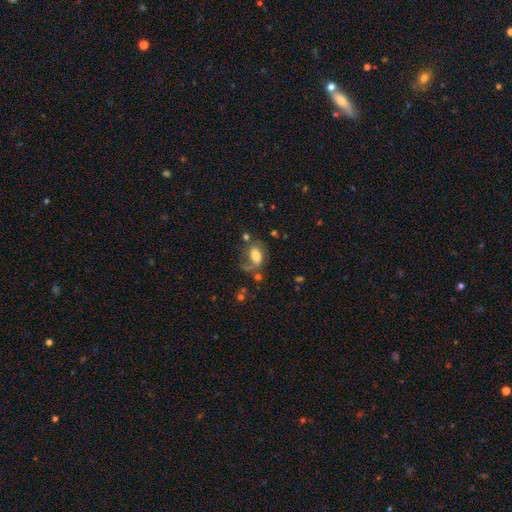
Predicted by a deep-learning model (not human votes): Overall: smooth (57%; featured or disk 34%). How rounded: in between (85%). Merging: none (42%; major disturbance 25%).